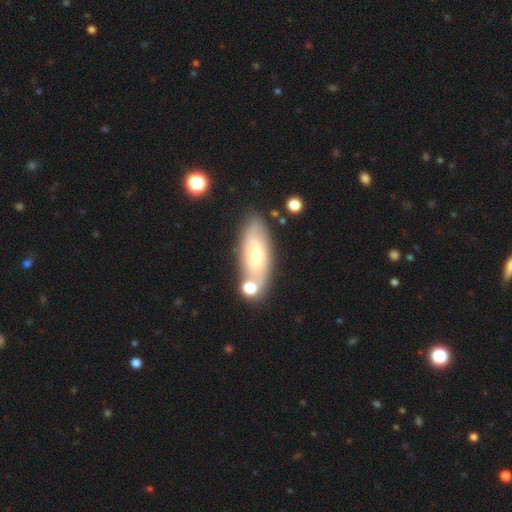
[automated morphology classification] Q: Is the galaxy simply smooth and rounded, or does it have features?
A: smooth — 50%.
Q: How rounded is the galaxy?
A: in between — 70%.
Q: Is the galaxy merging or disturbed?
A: none — 67%.